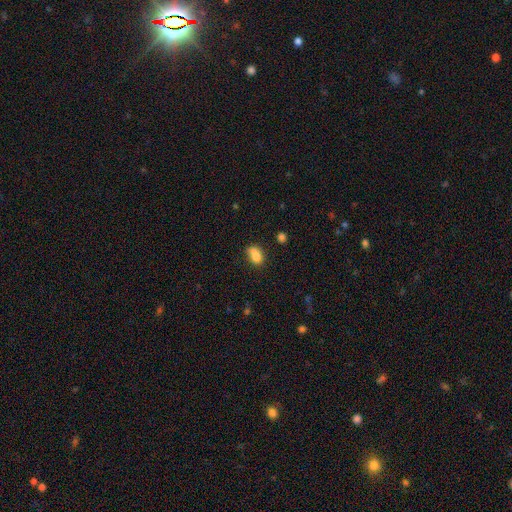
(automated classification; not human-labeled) The model was most divided on "merging": none: 39%, merger: 27%, minor disturbance: 23%, major disturbance: 11%. More confident: smooth or featured — smooth (77%); how rounded — in between (63%).